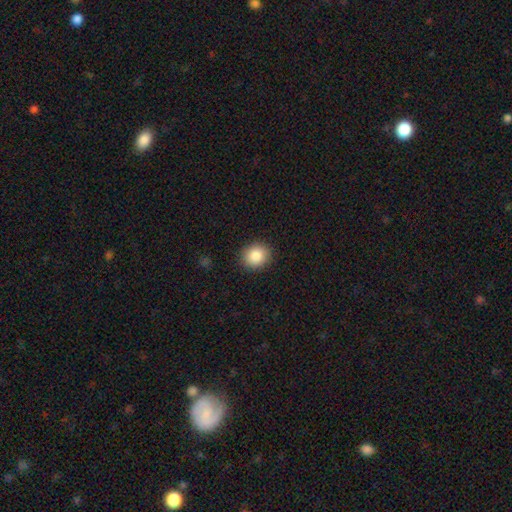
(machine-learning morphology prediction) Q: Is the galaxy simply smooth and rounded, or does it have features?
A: smooth — 86%.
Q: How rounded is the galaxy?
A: round — 76%.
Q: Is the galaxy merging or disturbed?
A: none — 90%.